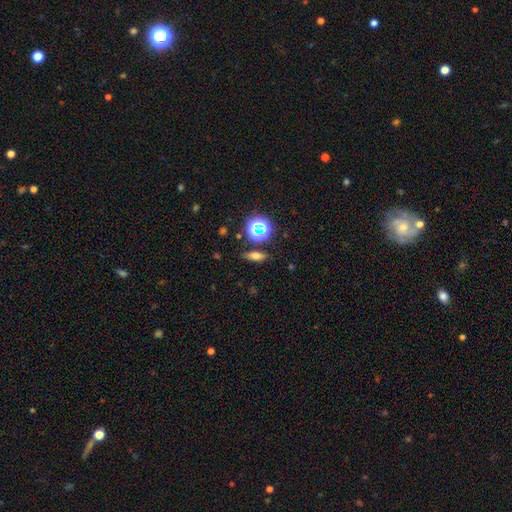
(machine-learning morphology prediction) Overall: smooth (57%; featured or disk 23%). How rounded: in between (53%; cigar-shaped 33%). Merging: none (84%).